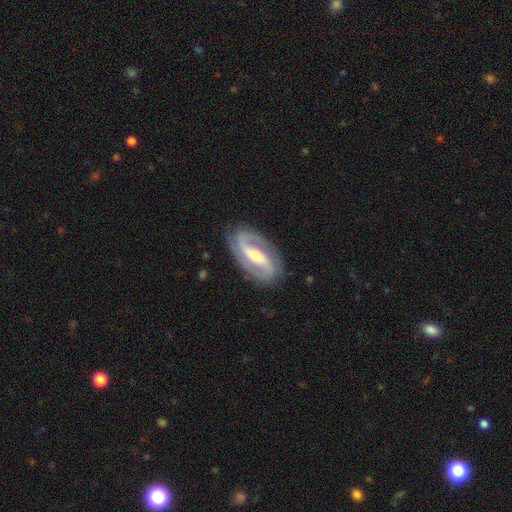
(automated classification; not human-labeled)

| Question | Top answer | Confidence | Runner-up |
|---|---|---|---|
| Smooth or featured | featured or disk | 90% | smooth (6%) |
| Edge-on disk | no | 96% | yes (4%) |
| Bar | strong | 50% | weak (33%) |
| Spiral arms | yes | 97% | no (3%) |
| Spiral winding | medium | 50% | tight (29%) |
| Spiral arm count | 2 | 92% | can't tell (3%) |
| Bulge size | moderate | 57% | small (36%) |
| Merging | none | 84% | minor disturbance (11%) |